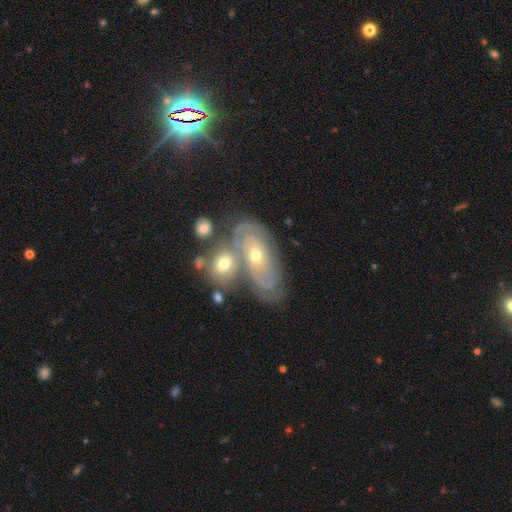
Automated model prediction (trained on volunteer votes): featured or disk 77%, smooth 16%, star or artifact 7%. Down the decision tree: edge-on disk — no (93%); bar — no (79%); spiral arms — yes (84%); spiral arm count — can't tell (47%); spiral winding — tight (69%); bulge size — small (50%); merging — none (40%).